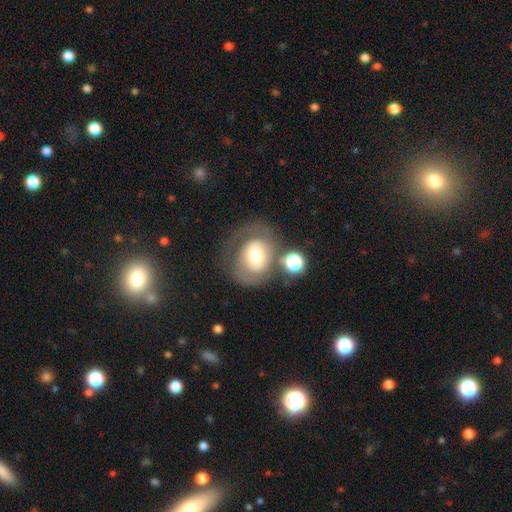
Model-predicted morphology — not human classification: Smooth or featured?
  - featured or disk: 47% *
  - smooth: 43%
  - star or artifact: 10%
Merging?
  - none: 48% *
  - major disturbance: 19%
  - minor disturbance: 19%
  - merger: 14%